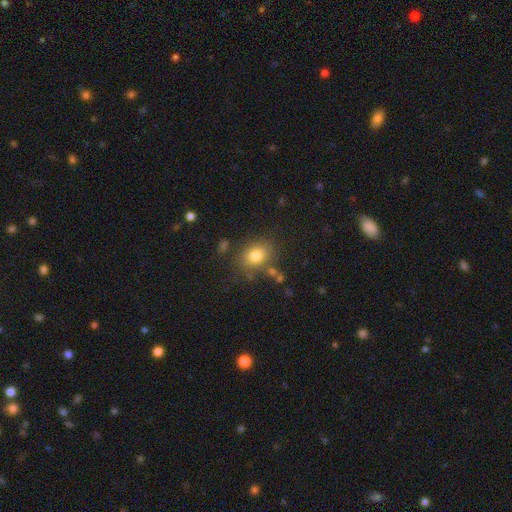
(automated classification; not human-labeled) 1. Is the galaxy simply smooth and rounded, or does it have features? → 79% smooth, 11% star or artifact, 10% featured or disk.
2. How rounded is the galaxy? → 56% in between, 43% round, 1% cigar-shaped.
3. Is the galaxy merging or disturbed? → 75% none, 14% minor disturbance, 6% merger, 5% major disturbance.